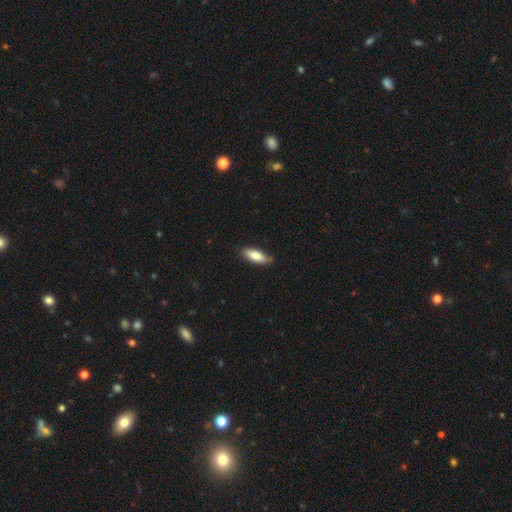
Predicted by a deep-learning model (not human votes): Smooth or featured: smooth — 79% (featured or disk — 15%)
How rounded: in between — 72% (cigar-shaped — 26%)
Merging: none — 82% (minor disturbance — 14%)